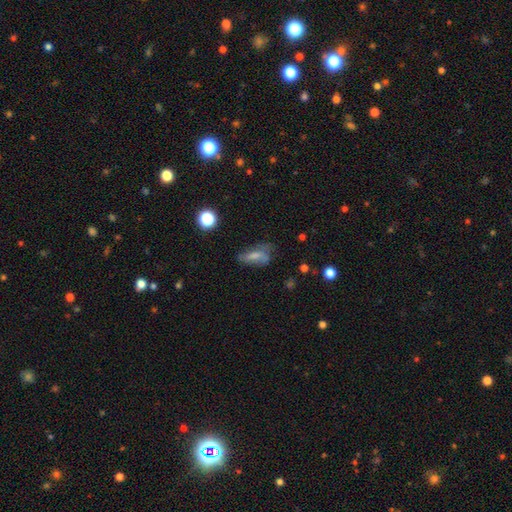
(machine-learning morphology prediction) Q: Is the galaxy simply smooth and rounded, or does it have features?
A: smooth — 59%.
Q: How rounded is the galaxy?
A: in between — 68%.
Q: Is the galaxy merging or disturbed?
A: none — 40%.